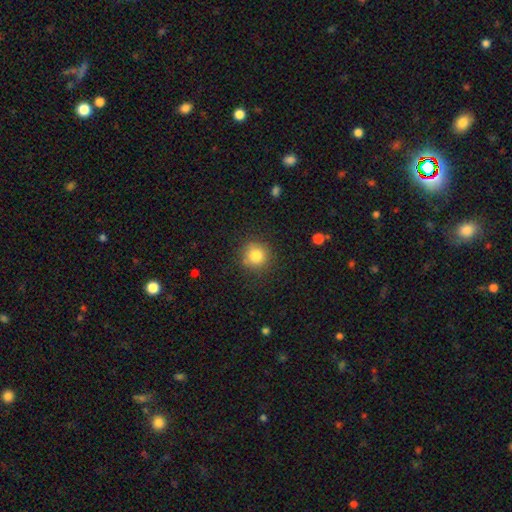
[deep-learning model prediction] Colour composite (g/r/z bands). It shows a smooth galaxy with no disk features (82%) that is round (92%). Merging: none (83%).